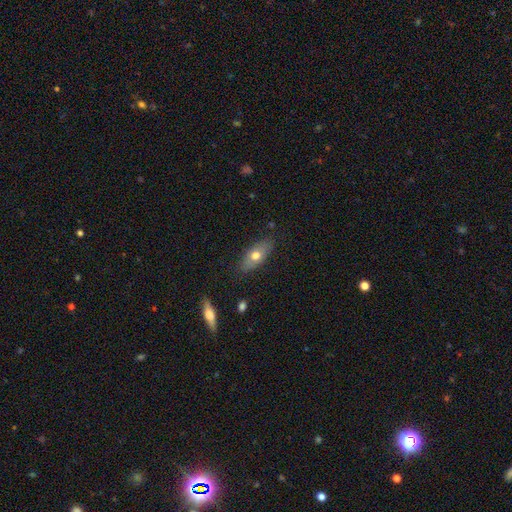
smooth-or-featured: smooth: 54% | featured or disk: 44% | star or artifact: 3%
  how-rounded: in between: 90% | cigar-shaped: 10% | round: 0%
  merging: none: 84% | minor disturbance: 13% | merger: 3% | major disturbance: 0%